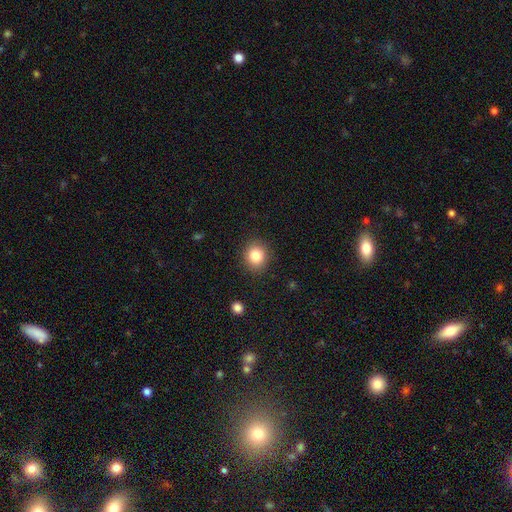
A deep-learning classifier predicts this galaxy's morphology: Smooth or featured: smooth — 83% (star or artifact — 10%)
How rounded: round — 76% (in between — 23%)
Merging: none — 88% (minor disturbance — 8%)